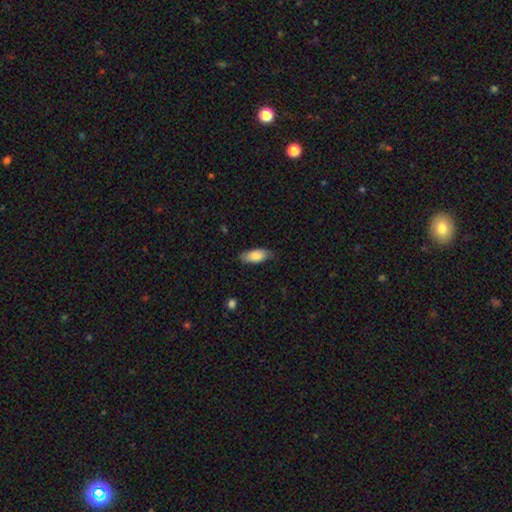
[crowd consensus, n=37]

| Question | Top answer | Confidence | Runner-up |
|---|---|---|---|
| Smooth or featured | smooth | 81% | featured or disk (16%) |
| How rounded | in between | 90% | cigar-shaped (7%) |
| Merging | none | 75% | minor disturbance (19%) |